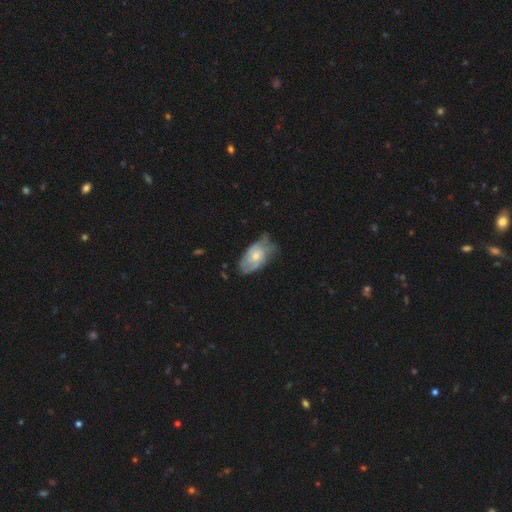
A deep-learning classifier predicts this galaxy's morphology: A featured or disk galaxy (61%) with no bar (79%), spiral arms (75%) and a small central bulge (51%). Merging: none (49%).